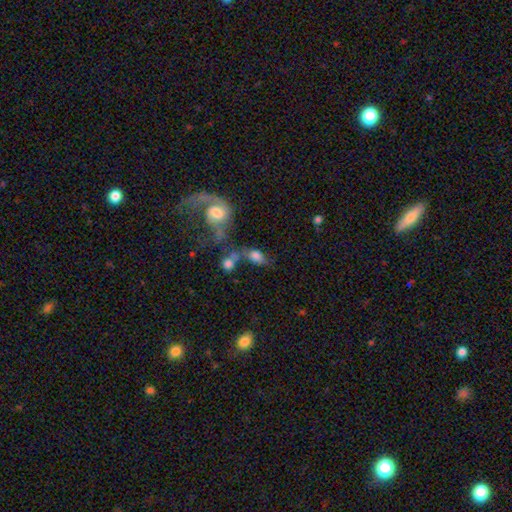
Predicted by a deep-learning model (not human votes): This appears to be a smooth galaxy with no disk features (70%) that is in between round and cigar-shaped (83%). Merging: merger (36%).